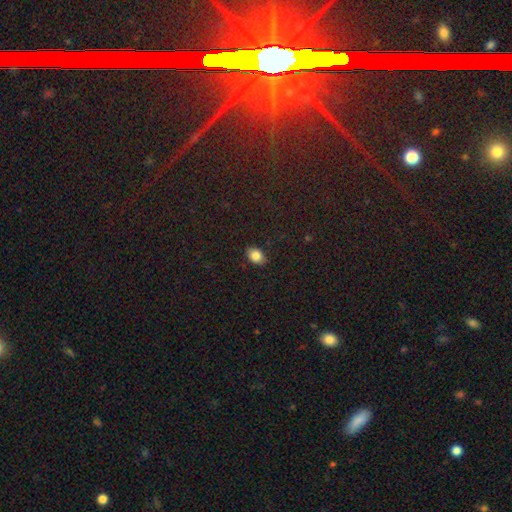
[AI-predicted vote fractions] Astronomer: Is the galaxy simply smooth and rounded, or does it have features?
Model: smooth — 84%.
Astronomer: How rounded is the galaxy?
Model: in between — 83%.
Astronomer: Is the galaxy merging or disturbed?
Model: none — 86%.